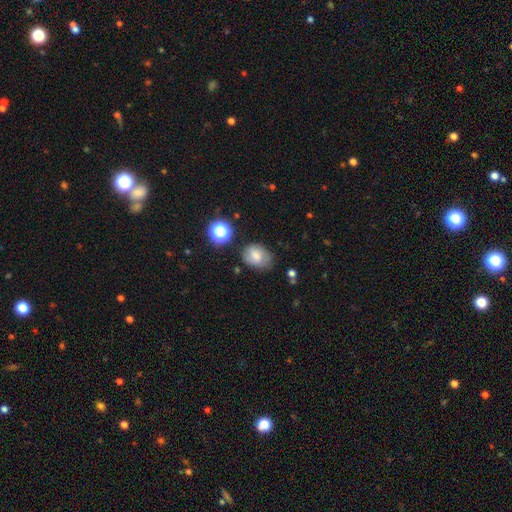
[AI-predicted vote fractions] A smooth galaxy with no disk features (71%) that is in between round and cigar-shaped (58%).

Vote fractions:
- Smooth or featured? smooth: 71% / featured or disk: 18% / star or artifact: 11%
- How rounded? in between: 58% / round: 41% / cigar-shaped: 1%
- Merging? none: 62% / minor disturbance: 26% / major disturbance: 7% / merger: 4%